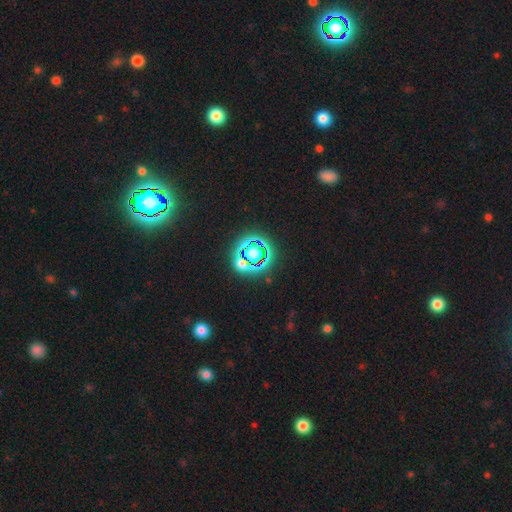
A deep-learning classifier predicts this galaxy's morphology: Overall: star or artifact (78%).